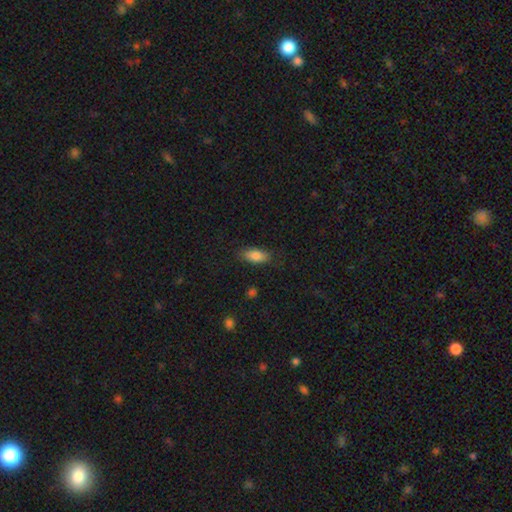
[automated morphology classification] Smooth or featured: smooth — 83% (featured or disk — 9%)
How rounded: in between — 86% (cigar-shaped — 11%)
Merging: none — 82% (minor disturbance — 13%)